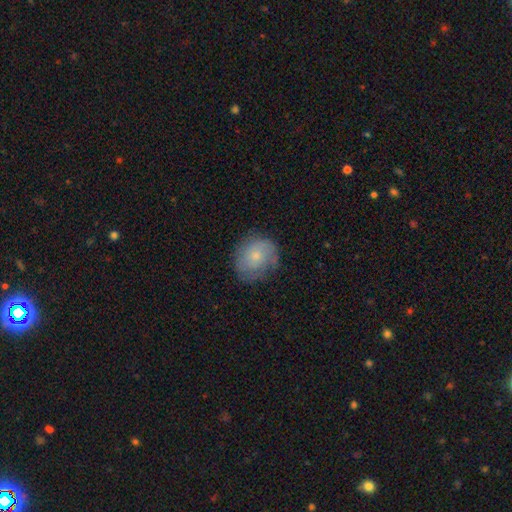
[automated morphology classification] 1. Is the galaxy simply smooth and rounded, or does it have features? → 65% smooth, 28% featured or disk, 8% star or artifact.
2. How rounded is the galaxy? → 64% round, 35% in between, 1% cigar-shaped.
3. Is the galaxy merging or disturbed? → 69% none, 23% minor disturbance, 7% major disturbance, 1% merger.